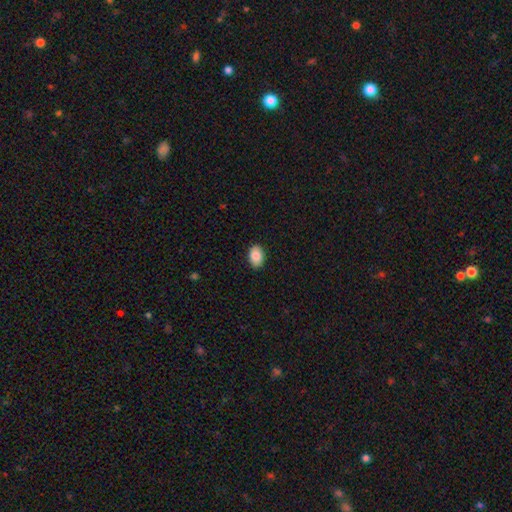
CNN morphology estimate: Smooth or featured?
  - smooth: 86% *
  - star or artifact: 7%
  - featured or disk: 7%
How rounded?
  - in between: 85% *
  - round: 14%
  - cigar-shaped: 1%
Merging?
  - none: 87% *
  - minor disturbance: 10%
  - major disturbance: 2%
  - merger: 1%